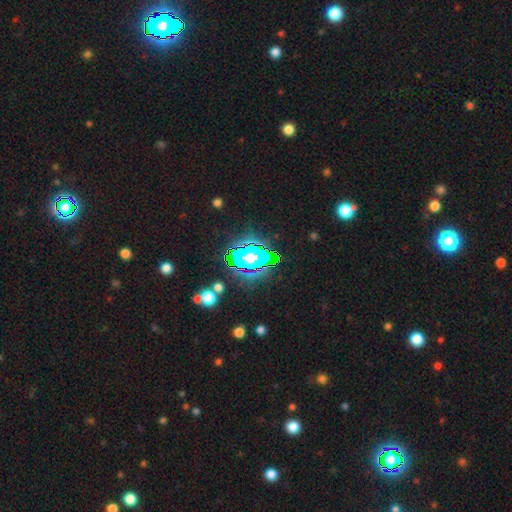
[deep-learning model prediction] Smooth or featured: star or artifact — 80% (smooth — 11%)